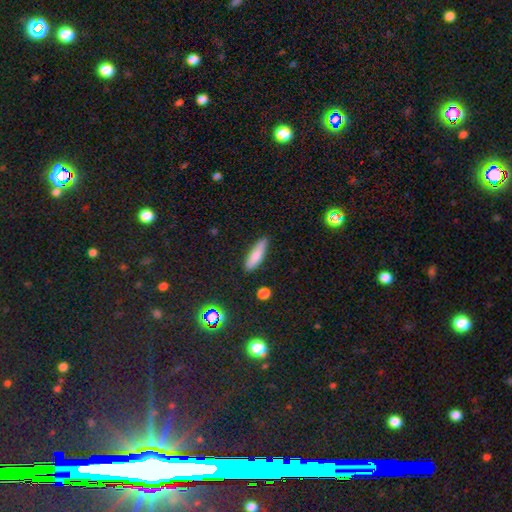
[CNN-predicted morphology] Overall: smooth (79%). How rounded: cigar-shaped (64%; in between 34%). Merging: none (81%).